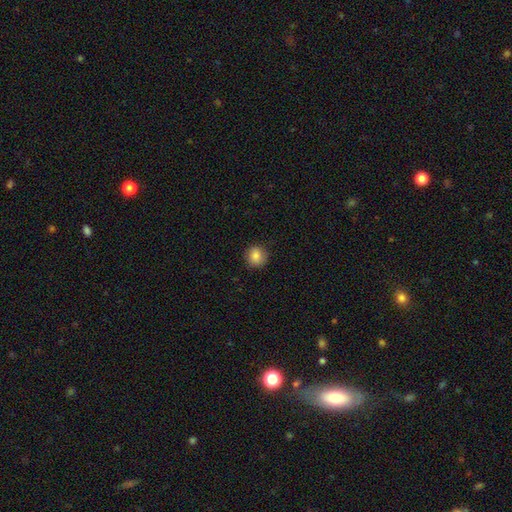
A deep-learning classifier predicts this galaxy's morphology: A smooth galaxy with no disk features (84%) that is round (88%). Merging: none (87%).